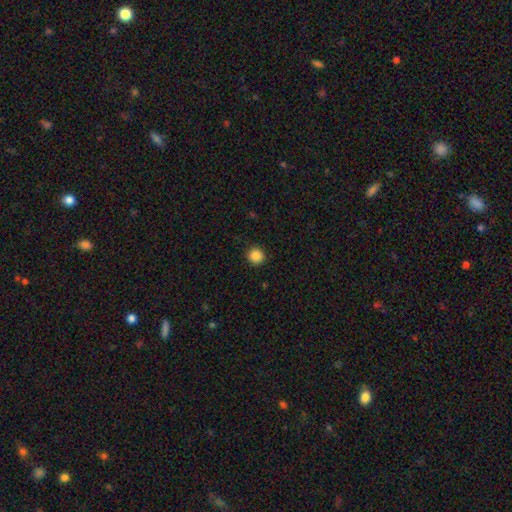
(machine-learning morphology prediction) smooth_or_featured: smooth (p=0.87) [alt: star or artifact p=0.10]
how_rounded: round (p=0.94) [alt: in between p=0.05]
merging: none (p=0.92) [alt: minor disturbance p=0.05]